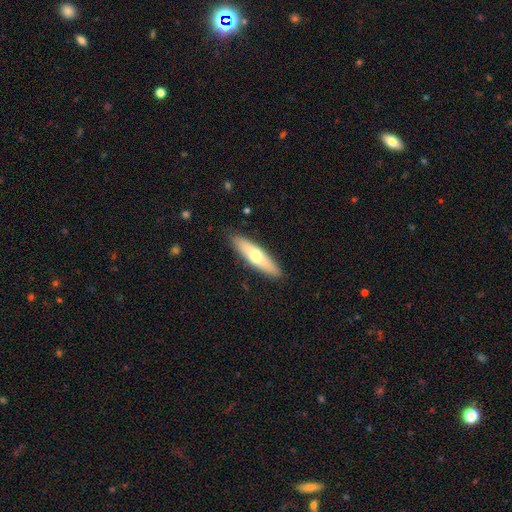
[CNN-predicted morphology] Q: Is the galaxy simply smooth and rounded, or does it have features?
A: smooth — 59%.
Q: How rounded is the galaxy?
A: cigar-shaped — 70%.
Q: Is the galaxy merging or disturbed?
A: none — 89%.